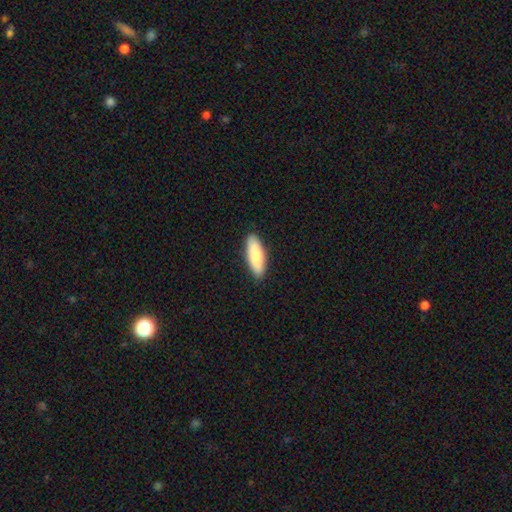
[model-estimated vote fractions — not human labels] A smooth galaxy with no disk features (84%) that is in between round and cigar-shaped (51%).

Vote fractions:
- Smooth or featured? smooth: 84% / featured or disk: 11% / star or artifact: 5%
- How rounded? in between: 51% / cigar-shaped: 48% / round: 2%
- Merging? none: 89% / minor disturbance: 8% / major disturbance: 2% / merger: 1%